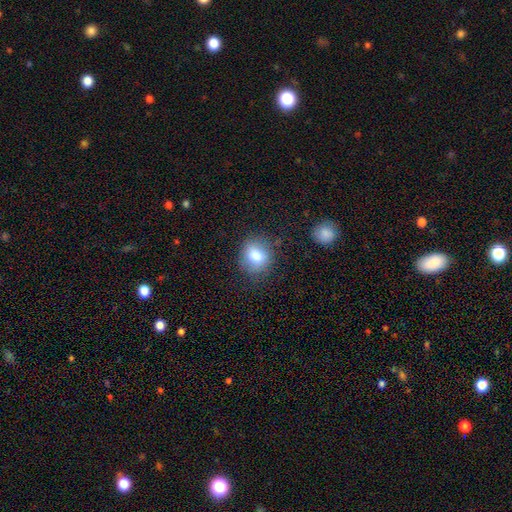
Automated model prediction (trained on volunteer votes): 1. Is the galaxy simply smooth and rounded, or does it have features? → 83% smooth, 9% star or artifact, 8% featured or disk.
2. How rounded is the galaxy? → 70% round, 29% in between, 1% cigar-shaped.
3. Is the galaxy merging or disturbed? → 76% none, 16% minor disturbance, 5% major disturbance, 2% merger.